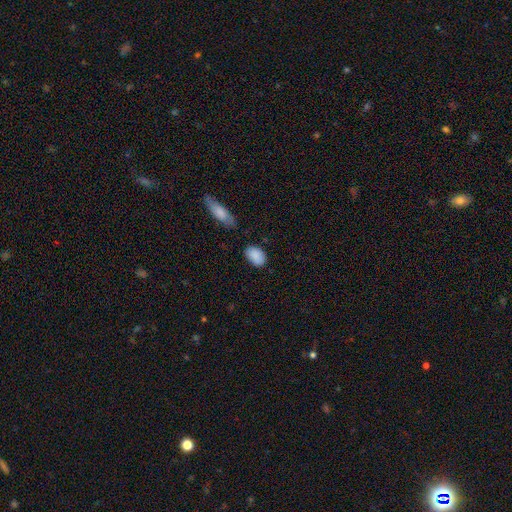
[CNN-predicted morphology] This appears to be a smooth galaxy with no disk features (88%) that is in between round and cigar-shaped (86%). Merging: none (75%).